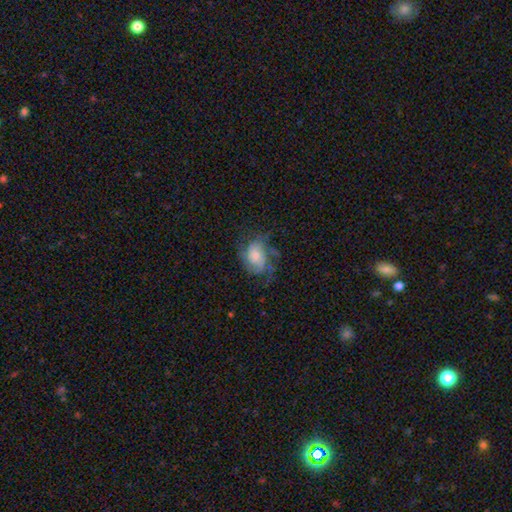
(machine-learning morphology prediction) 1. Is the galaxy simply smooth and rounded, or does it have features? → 56% featured or disk, 36% smooth, 8% star or artifact.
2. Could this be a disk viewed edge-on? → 97% no, 3% yes.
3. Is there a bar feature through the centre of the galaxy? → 72% no, 24% weak, 4% strong.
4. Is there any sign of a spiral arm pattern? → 84% yes, 16% no.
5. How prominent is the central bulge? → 36% moderate, 29% small, 22% large, 9% none, 4% dominant.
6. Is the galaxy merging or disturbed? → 47% none, 26% minor disturbance, 25% major disturbance, 2% merger.